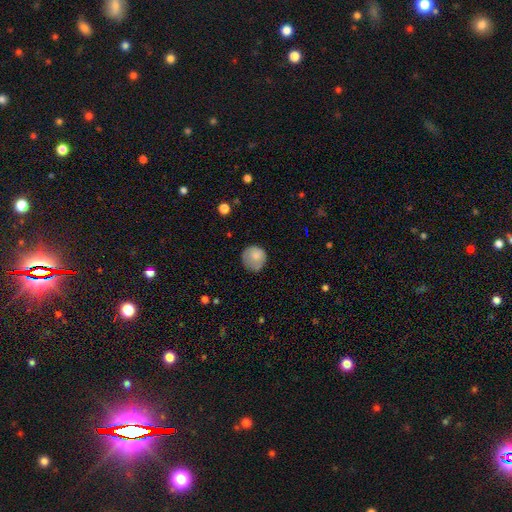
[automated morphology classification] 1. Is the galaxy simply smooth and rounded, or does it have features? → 76% smooth, 16% featured or disk, 8% star or artifact.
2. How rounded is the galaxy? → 88% round, 11% in between, 1% cigar-shaped.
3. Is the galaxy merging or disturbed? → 65% none, 25% minor disturbance, 8% major disturbance, 2% merger.